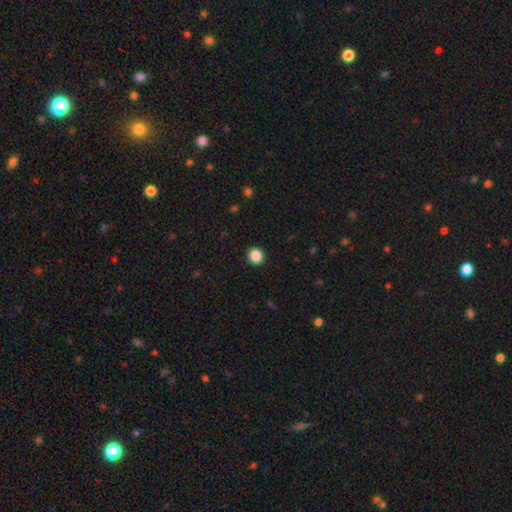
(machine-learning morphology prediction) A smooth galaxy with no disk features (87%) that is round (94%). Merging: none (93%).